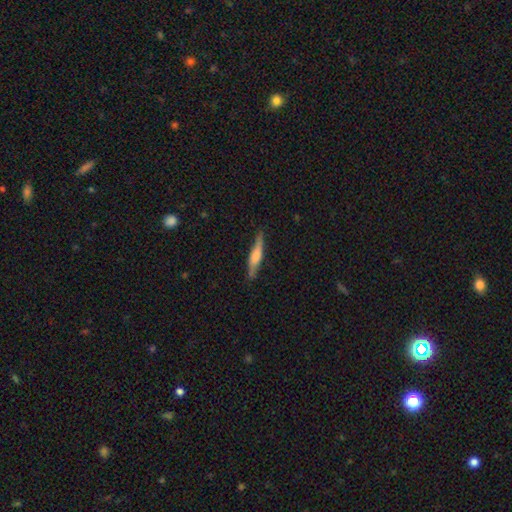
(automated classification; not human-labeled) smooth-or-featured: featured or disk: 53% | smooth: 41% | star or artifact: 6%
  disk-edge-on: yes: 94% | no: 6%
  merging: none: 83% | minor disturbance: 13% | major disturbance: 2% | merger: 1%